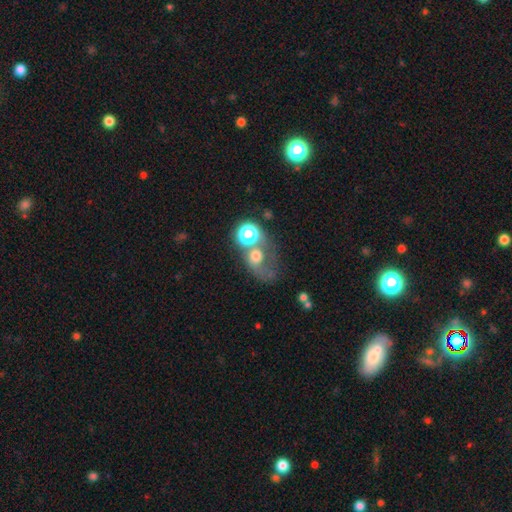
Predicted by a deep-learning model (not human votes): Morphology: type=smooth (56%); roundness=round (61%); merging=merger (41%).